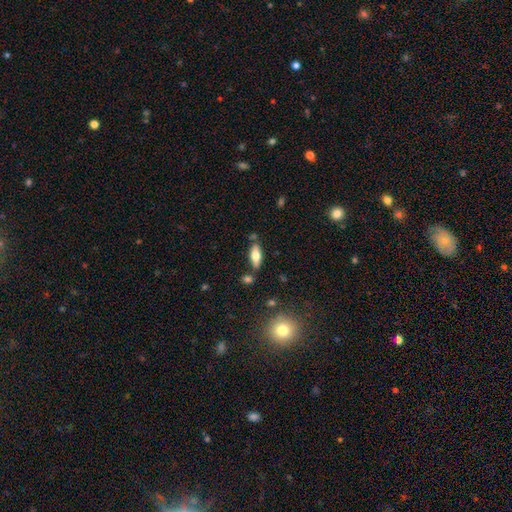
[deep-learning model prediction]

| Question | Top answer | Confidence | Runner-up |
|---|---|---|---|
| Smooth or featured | smooth | 65% | featured or disk (28%) |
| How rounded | in between | 71% | cigar-shaped (27%) |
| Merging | none | 74% | minor disturbance (14%) |